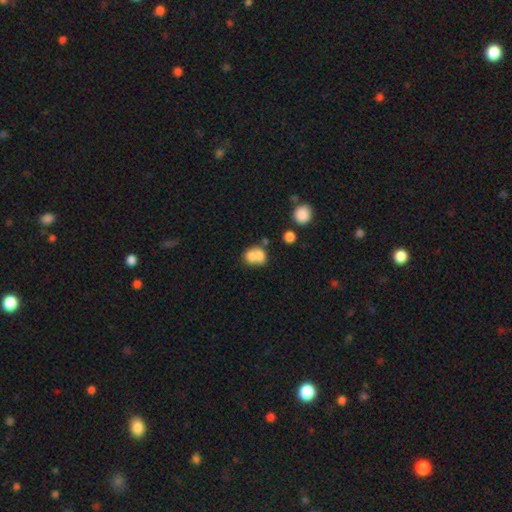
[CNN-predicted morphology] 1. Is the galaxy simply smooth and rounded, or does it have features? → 69% smooth, 21% featured or disk, 10% star or artifact.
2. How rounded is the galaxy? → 58% round, 41% in between, 1% cigar-shaped.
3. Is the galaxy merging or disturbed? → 64% merger, 24% none, 8% minor disturbance, 5% major disturbance.